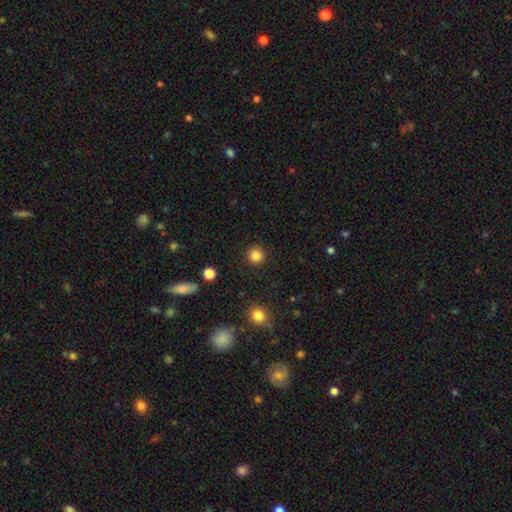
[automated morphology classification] Smooth or featured: smooth — 85% (star or artifact — 11%)
How rounded: round — 94% (in between — 5%)
Merging: none — 91% (minor disturbance — 5%)